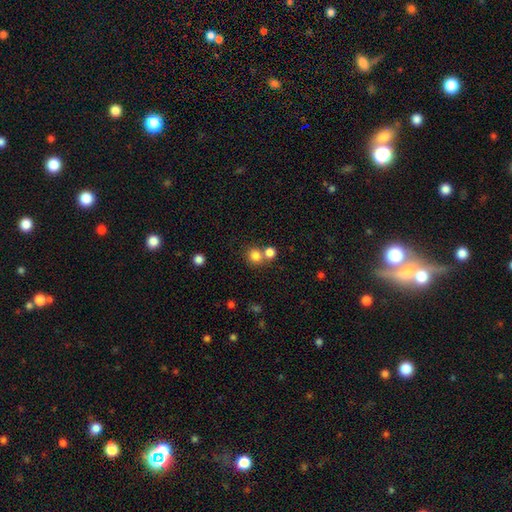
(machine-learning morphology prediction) Smooth or featured? smooth (81%)
How rounded? round (87%)
Merging? none (56%)